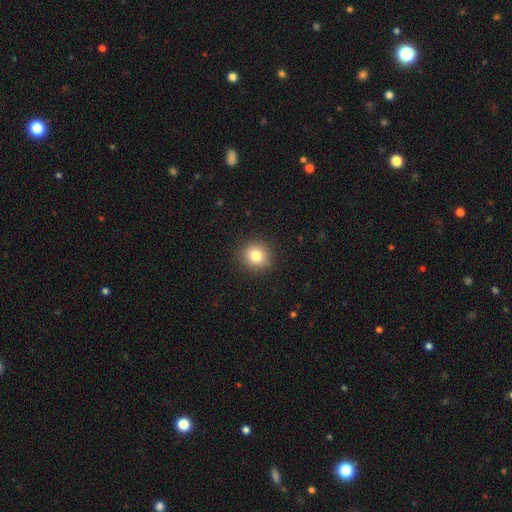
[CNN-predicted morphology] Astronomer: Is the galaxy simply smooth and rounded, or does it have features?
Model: smooth — 81%.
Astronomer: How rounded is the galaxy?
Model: round — 88%.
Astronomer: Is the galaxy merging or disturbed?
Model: none — 91%.